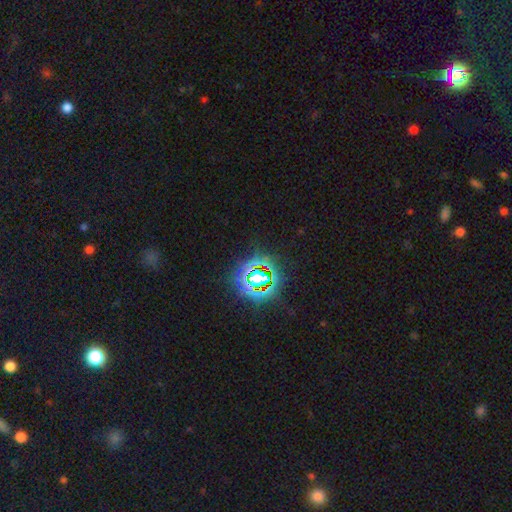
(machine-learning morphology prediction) A star or artifact, not a galaxy (77%).